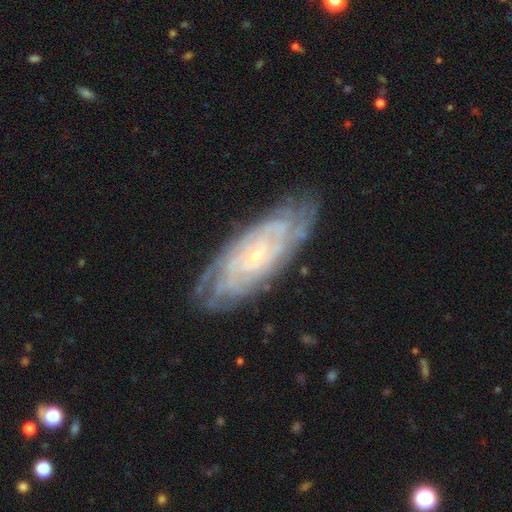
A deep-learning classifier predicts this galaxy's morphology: Smooth or featured? featured or disk (84%)
Edge-on disk? no (89%)
Bar? no (66%)
Spiral arms? yes (95%)
Spiral winding? tight (78%)
Spiral arm count? can't tell (47%)
Bulge size? small (81%)
Merging? none (78%)